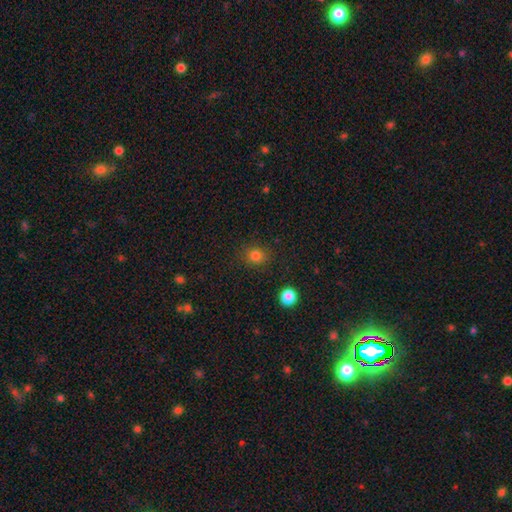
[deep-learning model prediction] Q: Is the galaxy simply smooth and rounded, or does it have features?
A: smooth — 82%.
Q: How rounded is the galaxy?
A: round — 82%.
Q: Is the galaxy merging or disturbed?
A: none — 87%.